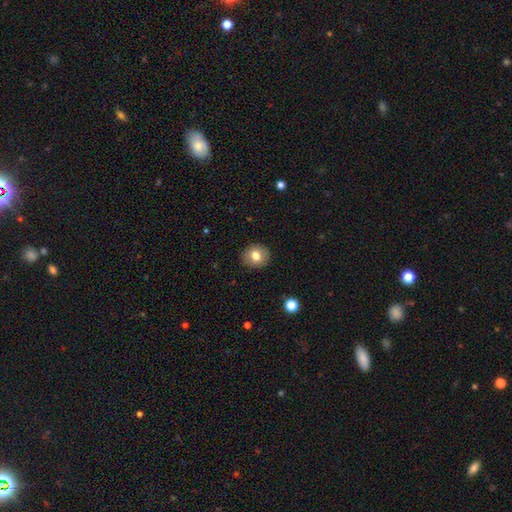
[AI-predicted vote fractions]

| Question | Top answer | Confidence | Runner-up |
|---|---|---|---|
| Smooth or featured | smooth | 77% | featured or disk (13%) |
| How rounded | round | 80% | in between (20%) |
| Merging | none | 90% | minor disturbance (7%) |